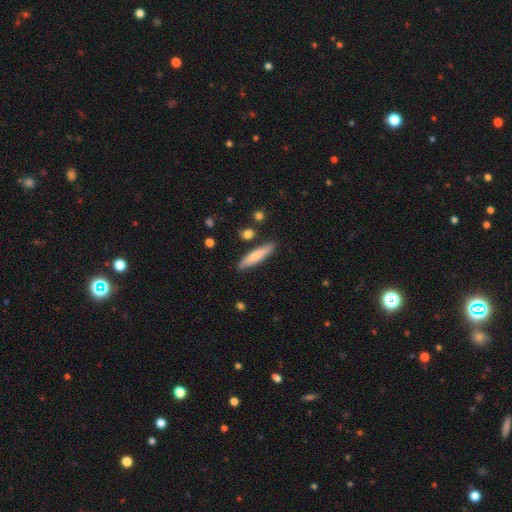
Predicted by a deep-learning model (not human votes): Q: Smooth or featured?
A: smooth (69%); runner-up: featured or disk (25%)
Q: How rounded?
A: cigar-shaped (83%); runner-up: in between (15%)
Q: Merging?
A: none (86%); runner-up: minor disturbance (9%)